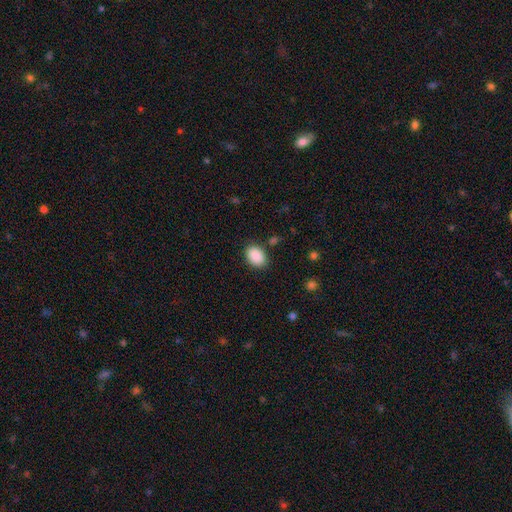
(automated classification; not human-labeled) A smooth galaxy with no disk features (90%) that is in between round and cigar-shaped (78%).

Vote fractions:
- Smooth or featured? smooth: 90% / star or artifact: 7% / featured or disk: 3%
- How rounded? in between: 78% / round: 21% / cigar-shaped: 1%
- Merging? none: 84% / minor disturbance: 10% / major disturbance: 3% / merger: 2%